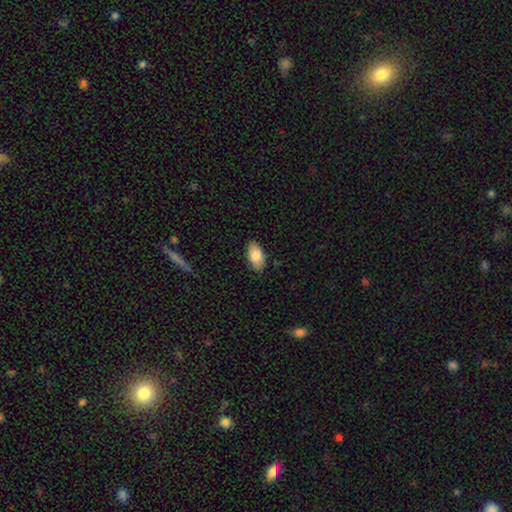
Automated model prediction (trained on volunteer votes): A smooth galaxy with no disk features (84%) that is in between round and cigar-shaped (94%). Merging: none (86%).